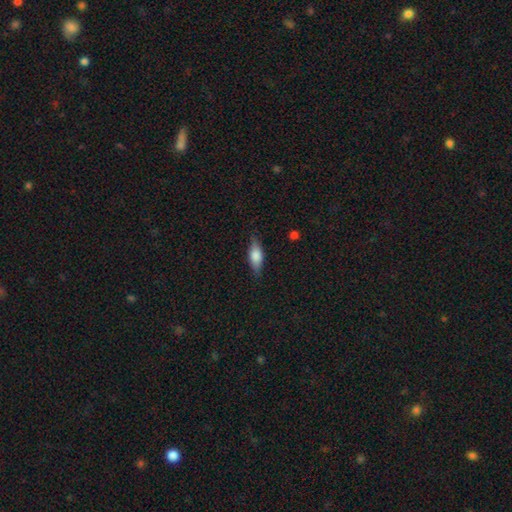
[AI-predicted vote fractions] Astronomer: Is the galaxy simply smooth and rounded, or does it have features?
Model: smooth — 67%.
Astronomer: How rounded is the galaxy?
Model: in between — 74%.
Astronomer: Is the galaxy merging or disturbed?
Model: none — 79%.